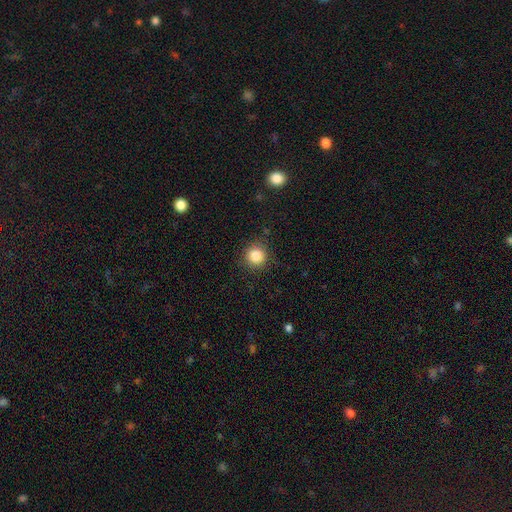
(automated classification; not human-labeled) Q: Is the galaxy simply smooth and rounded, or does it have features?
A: smooth — 85%.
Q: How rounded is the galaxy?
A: round — 93%.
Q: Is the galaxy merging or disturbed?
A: none — 86%.